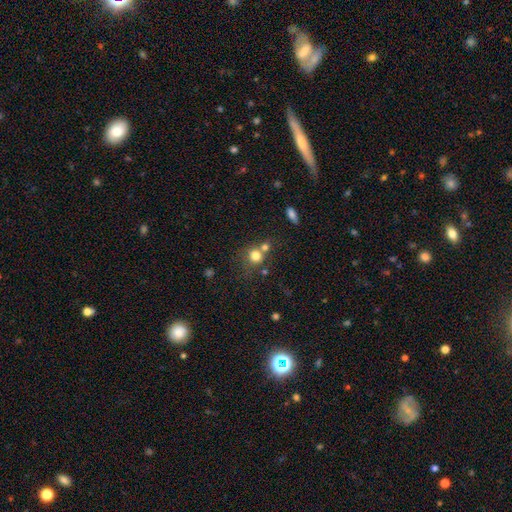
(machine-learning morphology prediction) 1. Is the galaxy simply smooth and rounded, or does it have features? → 77% smooth, 13% star or artifact, 10% featured or disk.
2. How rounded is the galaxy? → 84% round, 15% in between, 1% cigar-shaped.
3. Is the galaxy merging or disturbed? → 49% none, 36% merger, 10% minor disturbance, 5% major disturbance.